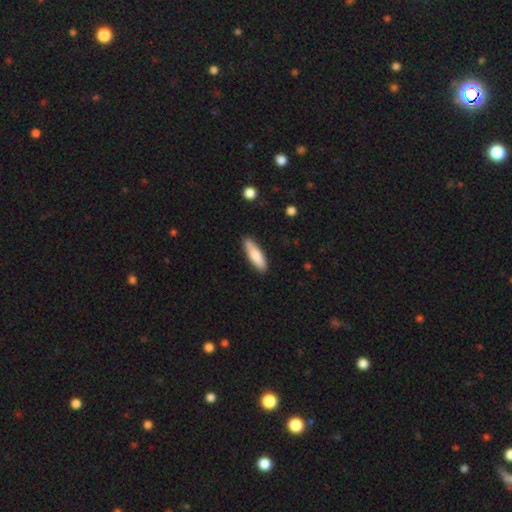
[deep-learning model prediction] smooth-or-featured: smooth: 81% | featured or disk: 14% | star or artifact: 5%
  how-rounded: cigar-shaped: 59% | in between: 40% | round: 2%
  merging: none: 81% | minor disturbance: 15% | major disturbance: 2% | merger: 2%